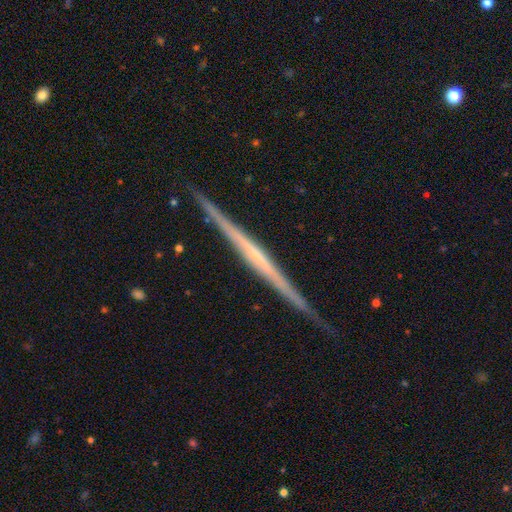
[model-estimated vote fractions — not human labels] The model was most divided on "smooth or featured": featured or disk: 76%, smooth: 18%, star or artifact: 5%. More confident: edge-on disk — yes (98%); merging — none (88%); edge-on bulge — none (78%).